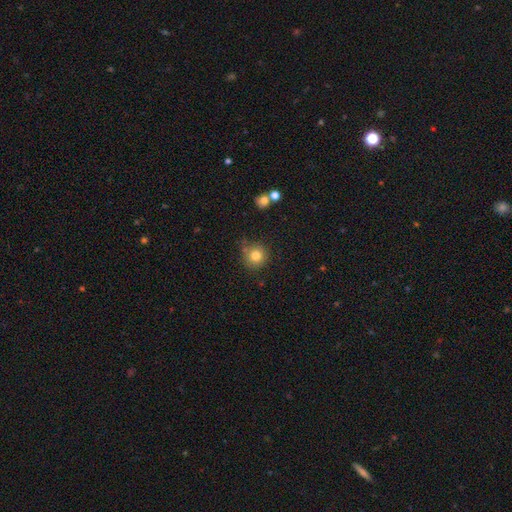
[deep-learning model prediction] smooth-or-featured: smooth: 80% | star or artifact: 12% | featured or disk: 8%
  how-rounded: round: 93% | in between: 6% | cigar-shaped: 1%
  merging: none: 79% | minor disturbance: 12% | merger: 6% | major disturbance: 3%